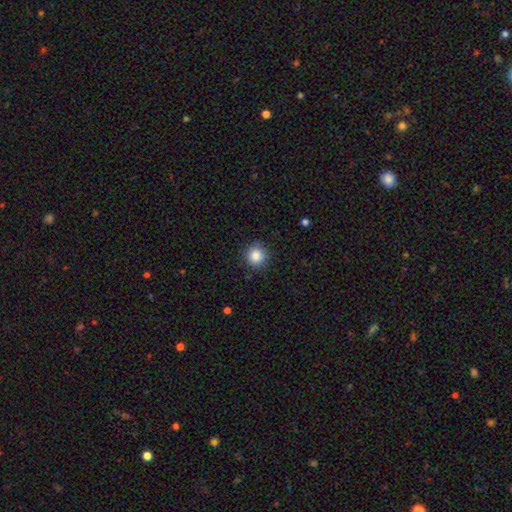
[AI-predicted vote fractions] Smooth or featured? smooth (85%)
How rounded? round (93%)
Merging? none (88%)